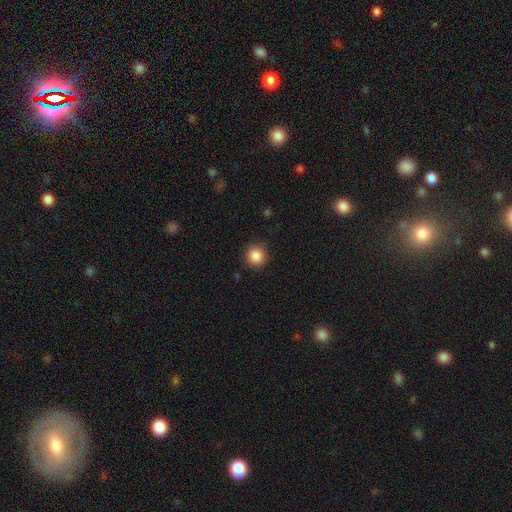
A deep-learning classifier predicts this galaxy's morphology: smooth 87%, star or artifact 10%, featured or disk 3%. Down the decision tree: how rounded — round (94%); merging — none (89%).